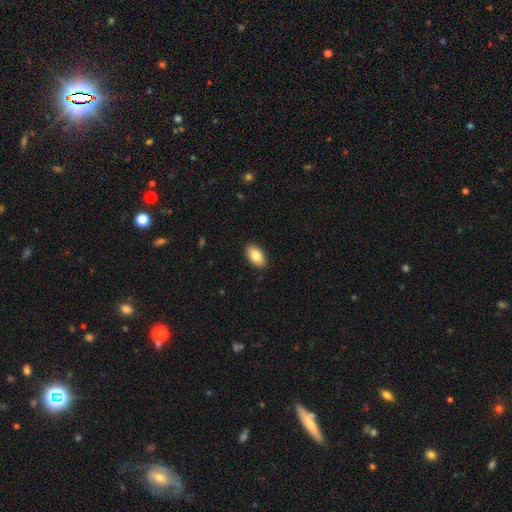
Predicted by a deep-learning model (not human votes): Smooth or featured? smooth (83%)
How rounded? in between (94%)
Merging? none (90%)